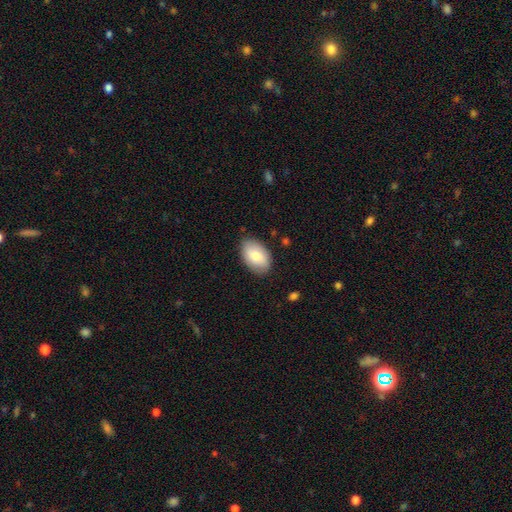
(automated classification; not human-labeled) The model was most divided on "smooth or featured": smooth: 77%, featured or disk: 17%, star or artifact: 6%. More confident: how rounded — in between (92%); merging — none (83%).